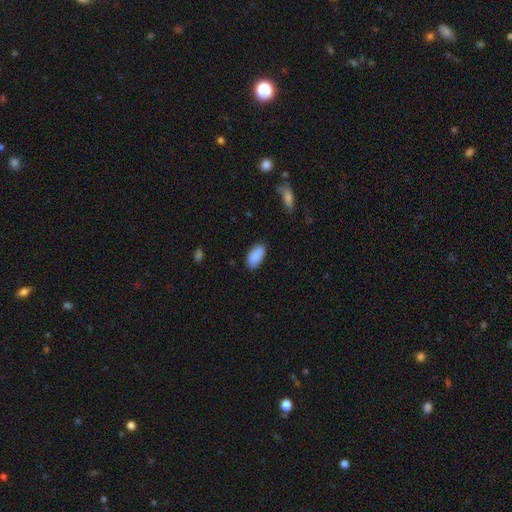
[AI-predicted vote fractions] A smooth galaxy with no disk features (90%) that is in between round and cigar-shaped (93%). Merging: none (84%).